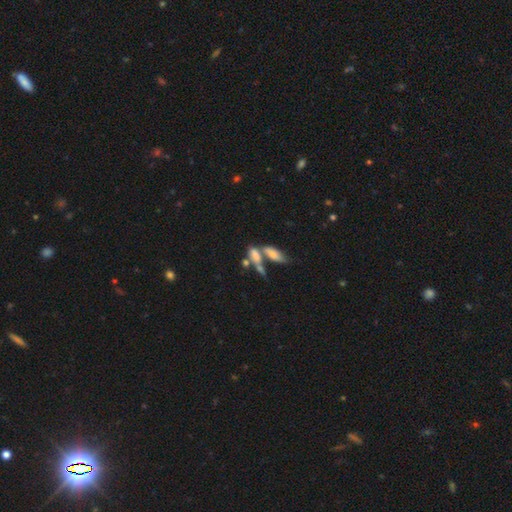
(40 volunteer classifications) A smooth galaxy with no disk features (68%) that is in between round and cigar-shaped (70%).

Vote fractions:
- Smooth or featured? smooth: 68% / featured or disk: 25% / star or artifact: 8%
- How rounded? in between: 70% / cigar-shaped: 30% / round: 0%
- Merging? merger: 46% / none: 22% / major disturbance: 19% / minor disturbance: 14%